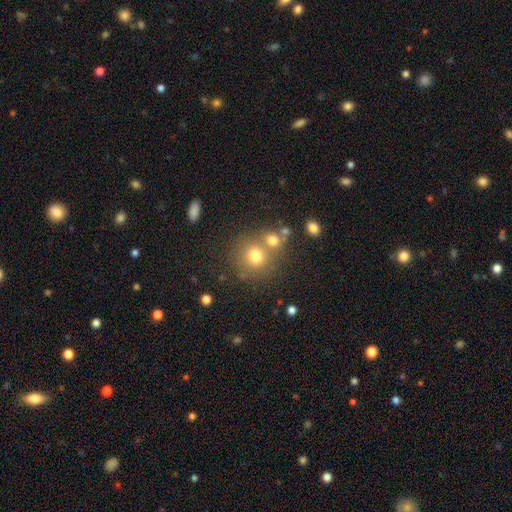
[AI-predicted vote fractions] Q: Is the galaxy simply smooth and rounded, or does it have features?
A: smooth — 72%.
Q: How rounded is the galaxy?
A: round — 87%.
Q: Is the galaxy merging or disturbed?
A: none — 59%.